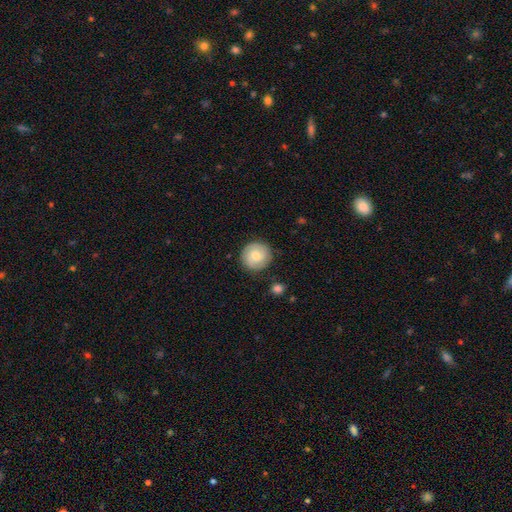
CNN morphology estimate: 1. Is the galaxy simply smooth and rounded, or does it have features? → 53% smooth, 40% featured or disk, 7% star or artifact.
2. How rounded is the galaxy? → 92% round, 7% in between, 1% cigar-shaped.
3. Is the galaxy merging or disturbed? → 85% none, 11% minor disturbance, 3% major disturbance, 1% merger.